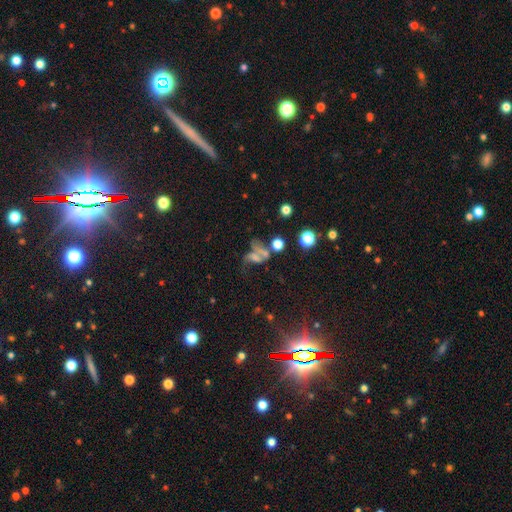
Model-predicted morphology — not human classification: This appears to be a featured or disk galaxy (38%, tied with smooth). Merging: major disturbance (36%).